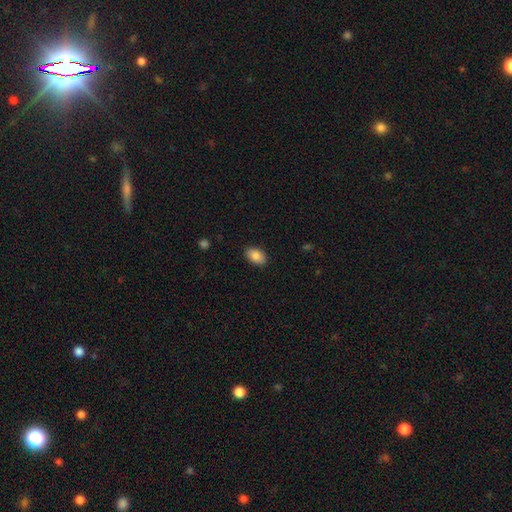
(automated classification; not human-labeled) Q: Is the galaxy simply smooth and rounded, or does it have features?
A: smooth — 86%.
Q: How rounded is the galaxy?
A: in between — 89%.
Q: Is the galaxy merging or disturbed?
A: none — 88%.